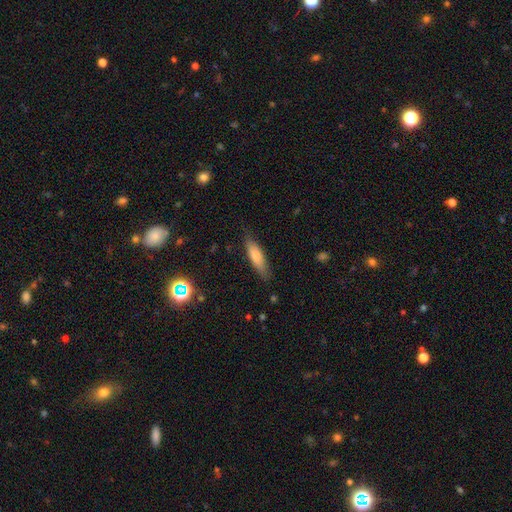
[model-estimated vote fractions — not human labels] Smooth or featured? Predicted: smooth (p=0.77). How rounded? Predicted: cigar-shaped (p=0.60). Merging? Predicted: none (p=0.80).